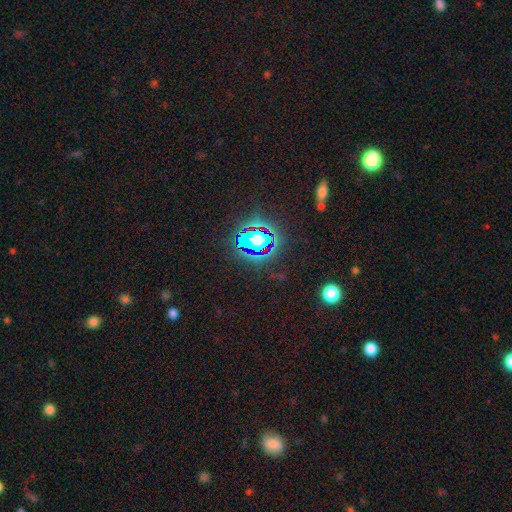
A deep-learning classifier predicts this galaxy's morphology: type=star or artifact (74%).